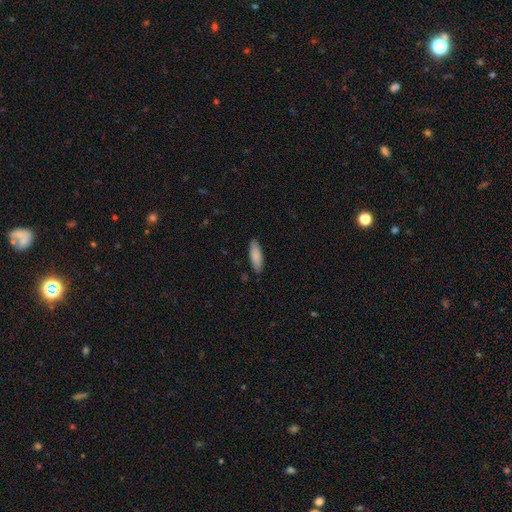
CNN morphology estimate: Smooth or featured? Predicted: smooth (p=0.86). How rounded? Predicted: in between (p=0.58). Merging? Predicted: none (p=0.87).